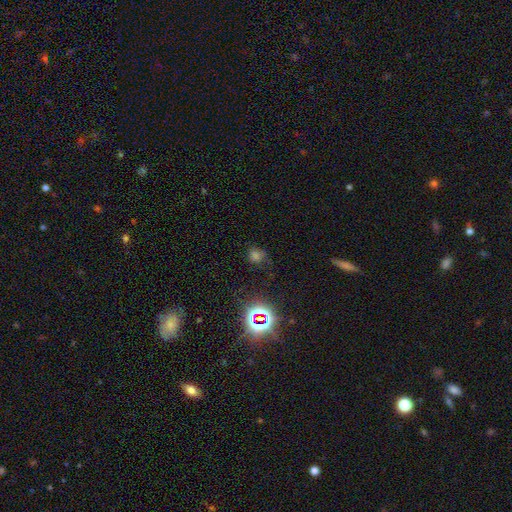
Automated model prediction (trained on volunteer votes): Q: Smooth or featured?
A: star or artifact (48%); runner-up: smooth (42%)